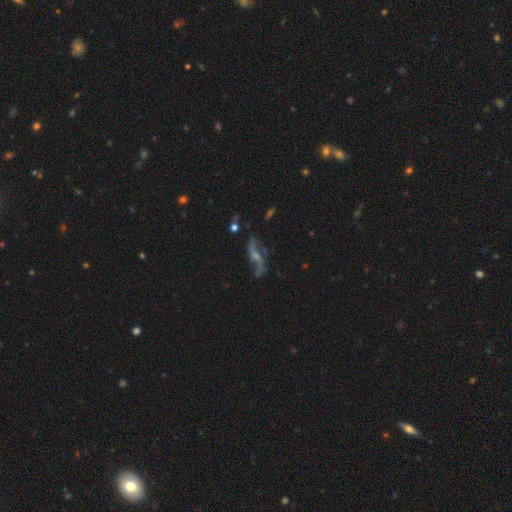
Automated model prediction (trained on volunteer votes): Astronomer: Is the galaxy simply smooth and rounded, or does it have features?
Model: featured or disk — 77%.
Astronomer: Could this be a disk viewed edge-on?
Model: no — 81%.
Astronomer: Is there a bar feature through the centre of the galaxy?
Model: no — 42% (runner-up: weak, 39%).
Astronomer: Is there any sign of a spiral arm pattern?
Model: yes — 90%.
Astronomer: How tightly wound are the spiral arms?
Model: loose — 81%.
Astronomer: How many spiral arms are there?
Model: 2 — 88%.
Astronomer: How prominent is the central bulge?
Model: small — 52% (runner-up: moderate, 31%).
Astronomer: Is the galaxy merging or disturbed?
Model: none — 68%.